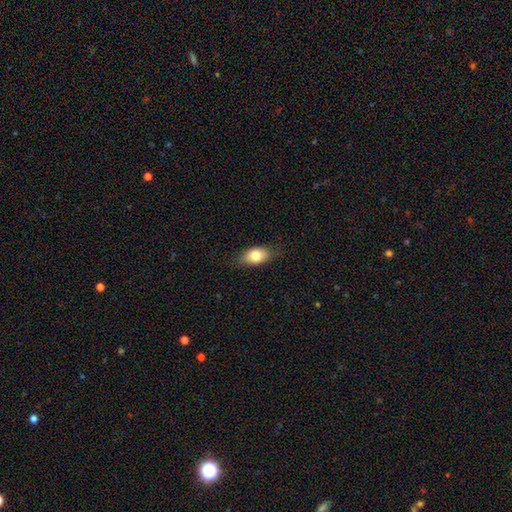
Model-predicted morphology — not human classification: A smooth galaxy with no disk features (78%) that is in between round and cigar-shaped (88%). Merging: none (81%).